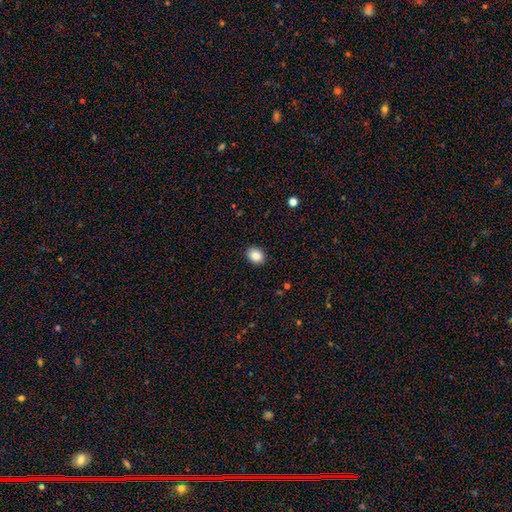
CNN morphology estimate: Smooth or featured?
  - smooth: 86% *
  - star or artifact: 9%
  - featured or disk: 5%
How rounded?
  - in between: 51% *
  - round: 48%
  - cigar-shaped: 1%
Merging?
  - none: 89% *
  - minor disturbance: 8%
  - major disturbance: 2%
  - merger: 1%